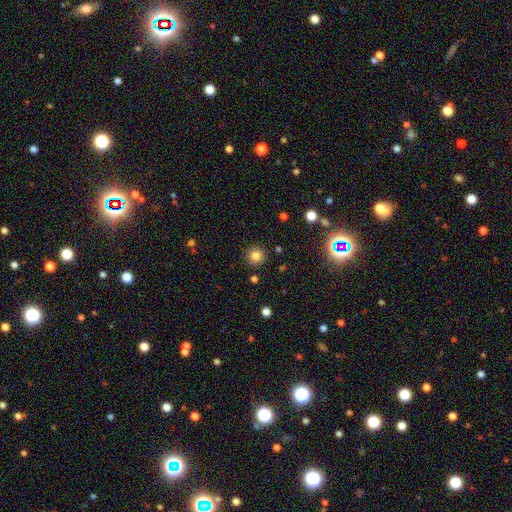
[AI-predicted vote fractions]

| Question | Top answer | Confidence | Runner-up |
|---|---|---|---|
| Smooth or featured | smooth | 81% | star or artifact (13%) |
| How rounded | round | 94% | in between (5%) |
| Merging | none | 89% | minor disturbance (6%) |